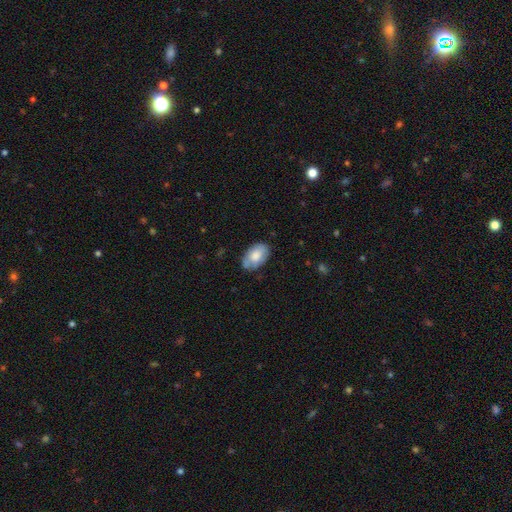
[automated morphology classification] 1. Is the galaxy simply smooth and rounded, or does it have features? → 72% smooth, 21% featured or disk, 7% star or artifact.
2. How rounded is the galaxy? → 92% in between, 7% round, 1% cigar-shaped.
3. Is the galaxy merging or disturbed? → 66% none, 25% minor disturbance, 5% major disturbance, 3% merger.